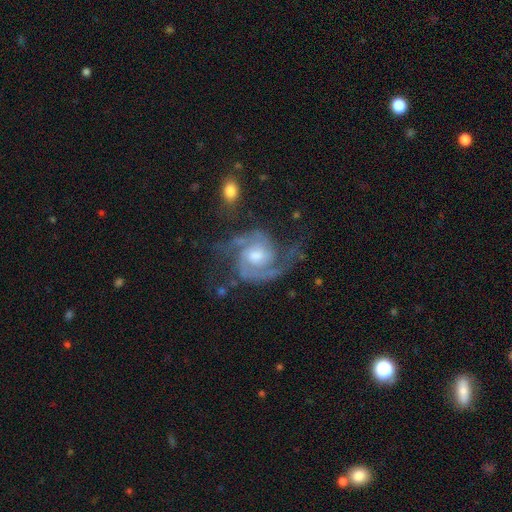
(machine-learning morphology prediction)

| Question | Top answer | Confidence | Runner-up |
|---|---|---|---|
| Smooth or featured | featured or disk | 91% | star or artifact (5%) |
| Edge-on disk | no | 98% | yes (2%) |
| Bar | no | 54% | weak (38%) |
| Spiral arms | yes | 98% | no (2%) |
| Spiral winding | medium | 55% | tight (30%) |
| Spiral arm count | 2 | 82% | 3 (6%) |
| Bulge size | moderate | 59% | small (24%) |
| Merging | none | 64% | minor disturbance (19%) |